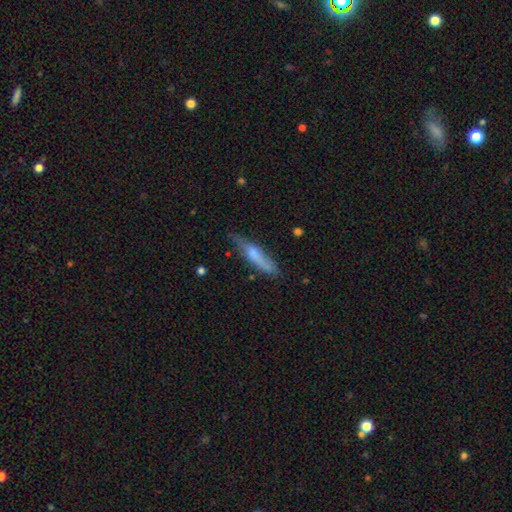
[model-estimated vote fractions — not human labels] smooth_or_featured: smooth (p=0.57) [alt: featured or disk p=0.37]
how_rounded: cigar-shaped (p=0.83) [alt: in between p=0.15]
merging: none (p=0.68) [alt: minor disturbance p=0.24]